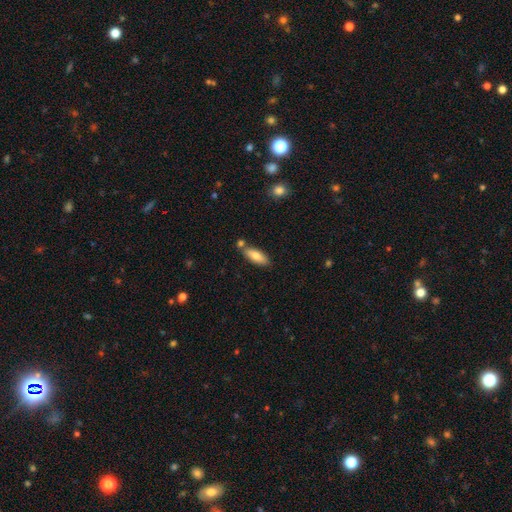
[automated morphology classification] Smooth or featured? smooth (78%)
How rounded? in between (73%)
Merging? none (70%)